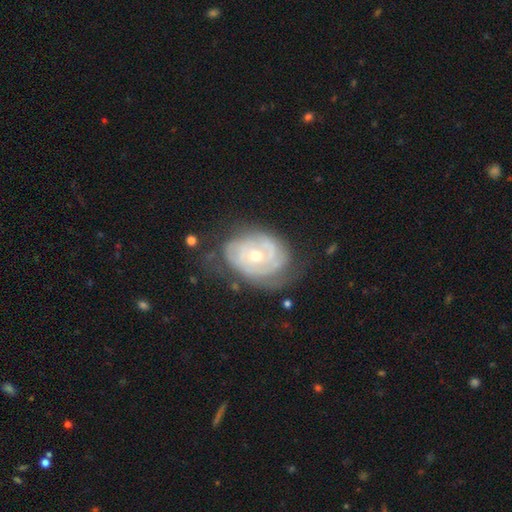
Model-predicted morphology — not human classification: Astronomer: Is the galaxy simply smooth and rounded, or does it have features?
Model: featured or disk — 81%.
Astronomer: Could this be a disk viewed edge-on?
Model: no — 97%.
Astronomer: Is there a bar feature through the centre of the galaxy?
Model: no — 75%.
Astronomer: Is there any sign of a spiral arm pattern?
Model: yes — 87%.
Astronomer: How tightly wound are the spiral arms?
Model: tight — 72%.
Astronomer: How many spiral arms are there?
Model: can't tell — 42% (runner-up: 2, 27%).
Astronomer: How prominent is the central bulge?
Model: moderate — 58% (runner-up: small, 38%).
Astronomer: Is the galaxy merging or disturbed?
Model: none — 60%.